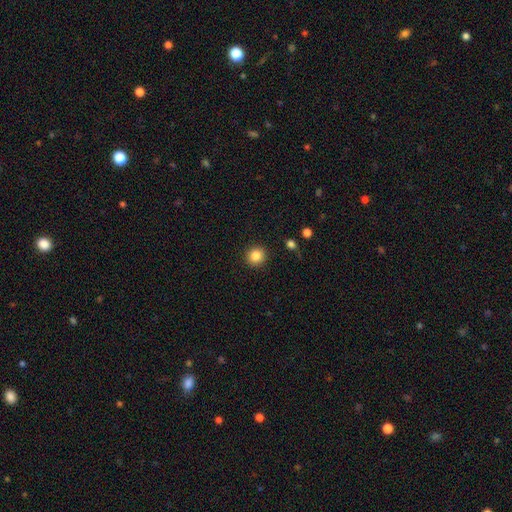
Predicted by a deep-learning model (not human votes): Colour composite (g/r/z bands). It shows a smooth galaxy with no disk features (85%) that is round (89%). Merging: none (91%).